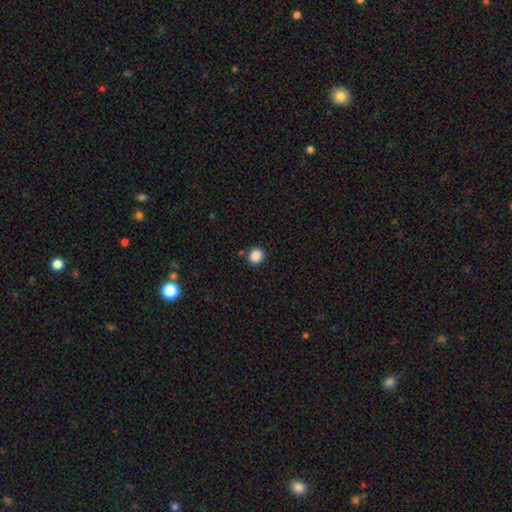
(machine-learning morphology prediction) A smooth galaxy with no disk features (88%) that is round (82%).

Vote fractions:
- Smooth or featured? smooth: 88% / star or artifact: 10% / featured or disk: 3%
- How rounded? round: 82% / in between: 17% / cigar-shaped: 1%
- Merging? none: 87% / minor disturbance: 8% / merger: 3% / major disturbance: 2%